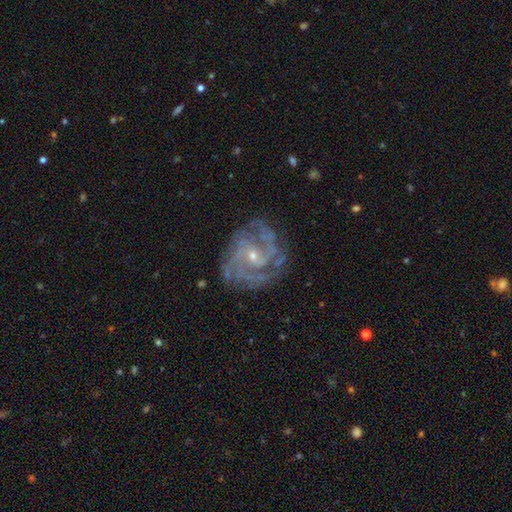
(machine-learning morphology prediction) Q: Smooth or featured?
A: featured or disk (83%); runner-up: star or artifact (10%)
Q: Edge-on disk?
A: no (97%); runner-up: yes (3%)
Q: Bar?
A: no (53%); runner-up: weak (36%)
Q: Spiral arms?
A: yes (96%); runner-up: no (4%)
Q: Spiral winding?
A: tight (58%); runner-up: medium (35%)
Q: Spiral arm count?
A: 3 (28%); runner-up: 2 (26%)
Q: Bulge size?
A: small (66%); runner-up: moderate (30%)
Q: Merging?
A: none (76%); runner-up: minor disturbance (16%)